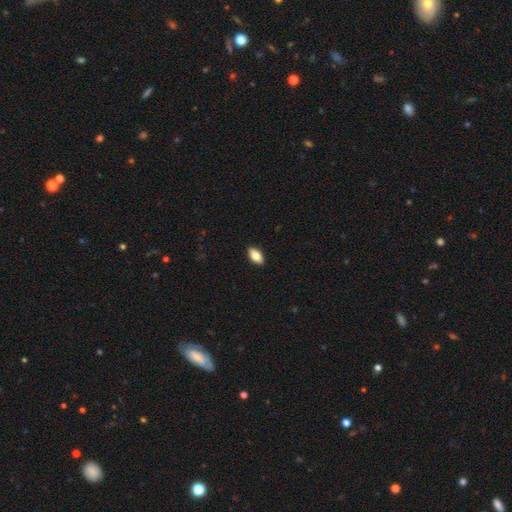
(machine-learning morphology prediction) A smooth galaxy with no disk features (82%) that is in between round and cigar-shaped (91%). Merging: none (90%).